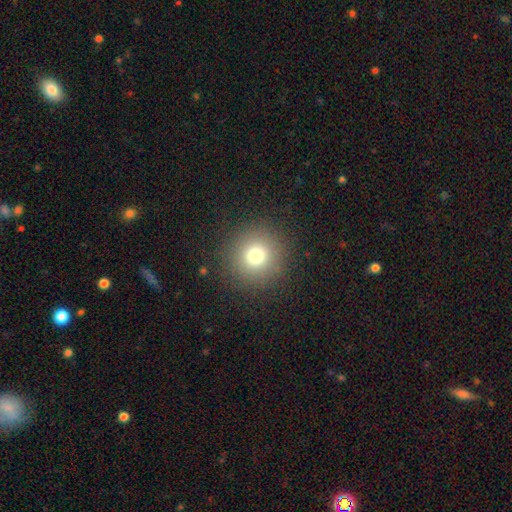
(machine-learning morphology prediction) Overall: smooth (75%). How rounded: round (95%). Merging: none (90%).